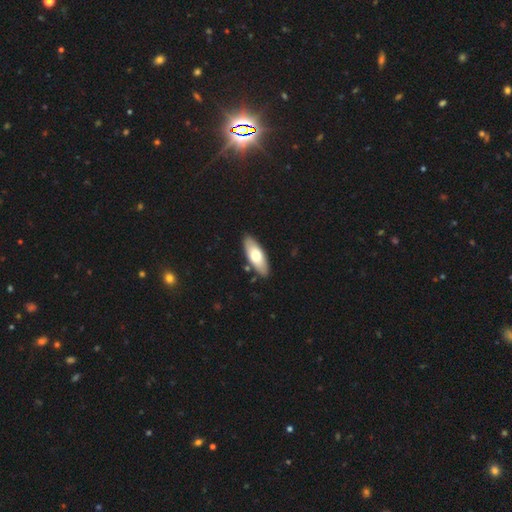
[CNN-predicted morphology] Smooth or featured? smooth (67%)
How rounded? in between (71%)
Merging? none (87%)